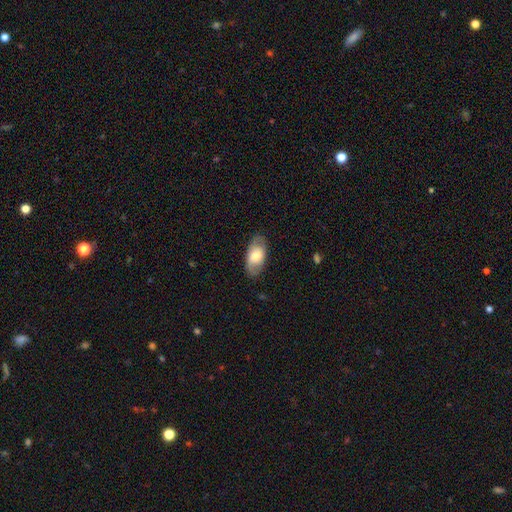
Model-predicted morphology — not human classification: Q: Smooth or featured?
A: smooth (63%); runner-up: featured or disk (31%)
Q: How rounded?
A: in between (93%); runner-up: round (4%)
Q: Merging?
A: none (79%); runner-up: minor disturbance (16%)